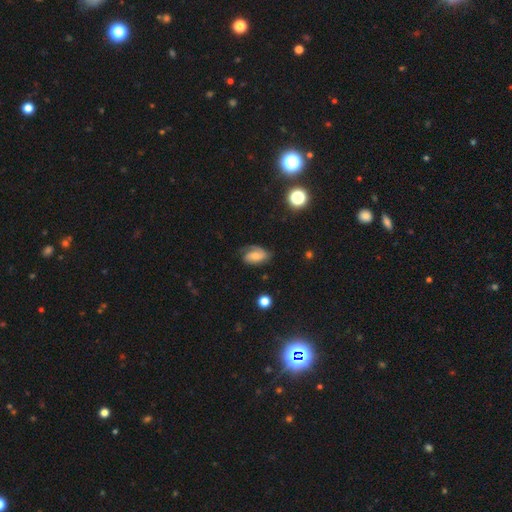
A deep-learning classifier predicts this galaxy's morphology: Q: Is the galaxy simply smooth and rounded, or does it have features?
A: featured or disk — 51%.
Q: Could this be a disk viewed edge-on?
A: no — 95%.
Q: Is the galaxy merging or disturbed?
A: none — 57%.